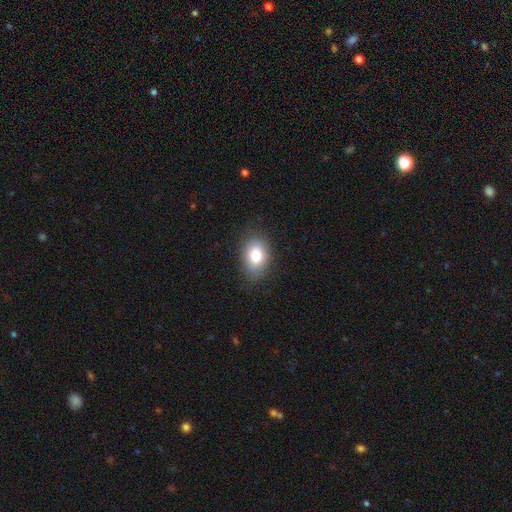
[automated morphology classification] Smooth or featured: smooth — 81% (featured or disk — 10%)
How rounded: in between — 81% (round — 18%)
Merging: none — 82% (minor disturbance — 13%)